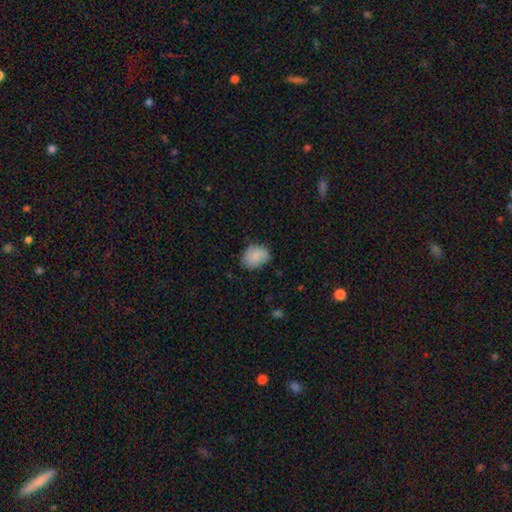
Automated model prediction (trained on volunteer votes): Smooth or featured?
  - smooth: 84% *
  - featured or disk: 9%
  - star or artifact: 8%
How rounded?
  - in between: 63% *
  - round: 36%
  - cigar-shaped: 1%
Merging?
  - none: 69% *
  - minor disturbance: 25%
  - major disturbance: 5%
  - merger: 1%